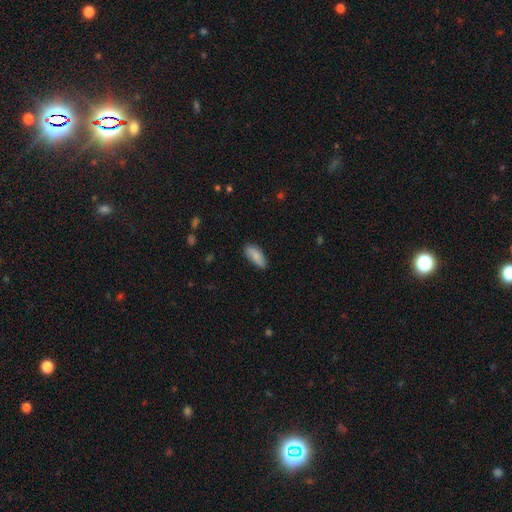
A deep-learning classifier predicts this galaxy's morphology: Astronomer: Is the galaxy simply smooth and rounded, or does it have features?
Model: smooth — 81%.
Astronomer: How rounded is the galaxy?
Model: in between — 78%.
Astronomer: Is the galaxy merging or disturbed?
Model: none — 79%.